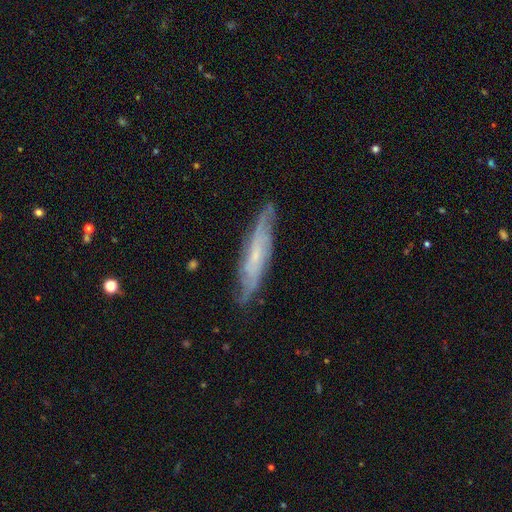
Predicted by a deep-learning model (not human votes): Smooth or featured?
  - featured or disk: 73% *
  - smooth: 20%
  - star or artifact: 6%
Edge-on disk?
  - no: 55% *
  - yes: 45%
Merging?
  - none: 79% *
  - minor disturbance: 16%
  - major disturbance: 4%
  - merger: 1%